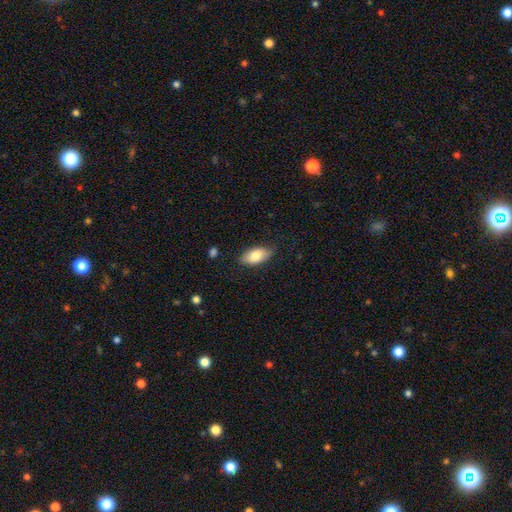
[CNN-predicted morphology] Overall: smooth (80%). How rounded: in between (92%). Merging: none (82%).